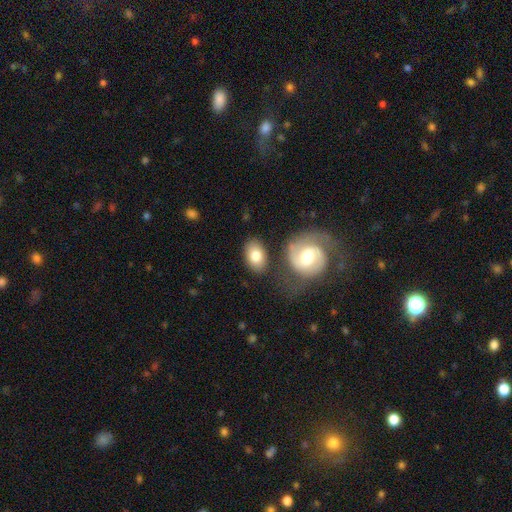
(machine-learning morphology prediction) smooth 76%, featured or disk 18%, star or artifact 6%. Down the decision tree: how rounded — in between (84%); merging — none (75%).